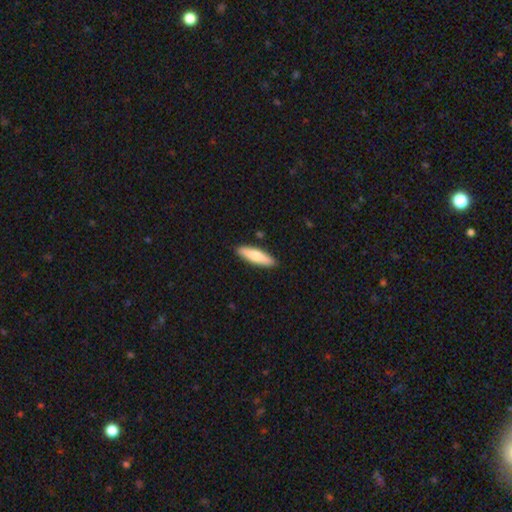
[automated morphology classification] A smooth galaxy with no disk features (75%) that is cigar-shaped (69%). Merging: none (89%).